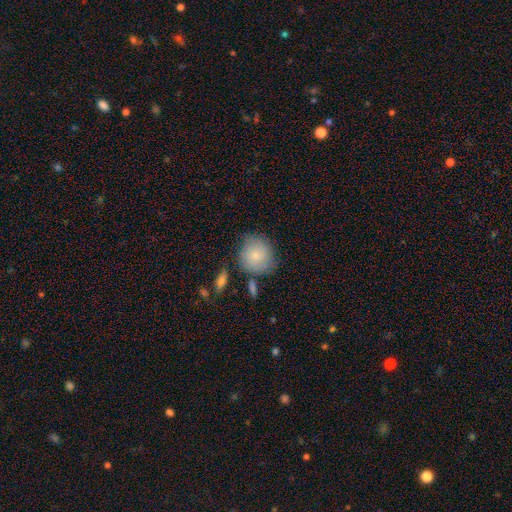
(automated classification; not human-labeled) smooth_or_featured: smooth (p=0.80) [alt: featured or disk p=0.13]
how_rounded: round (p=0.88) [alt: in between p=0.11]
merging: none (p=0.70) [alt: minor disturbance p=0.19]